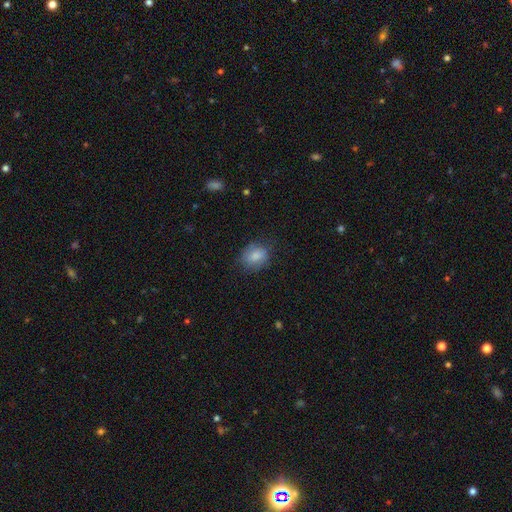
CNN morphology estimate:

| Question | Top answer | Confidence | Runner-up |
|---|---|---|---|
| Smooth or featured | smooth | 83% | featured or disk (9%) |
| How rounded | round | 50% | in between (49%) |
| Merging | none | 72% | minor disturbance (21%) |